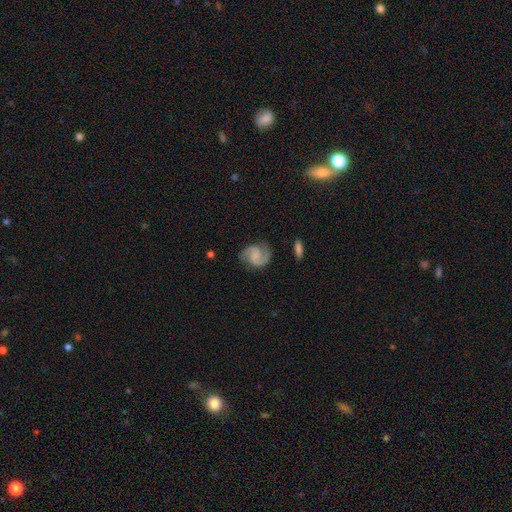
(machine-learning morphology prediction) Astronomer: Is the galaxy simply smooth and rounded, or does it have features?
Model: featured or disk — 84%.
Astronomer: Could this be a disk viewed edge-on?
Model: no — 98%.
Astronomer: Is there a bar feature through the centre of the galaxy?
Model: no — 51% (runner-up: weak, 39%).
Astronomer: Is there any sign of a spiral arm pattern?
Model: yes — 97%.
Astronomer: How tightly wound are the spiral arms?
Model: medium — 54%.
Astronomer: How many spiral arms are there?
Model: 2 — 92%.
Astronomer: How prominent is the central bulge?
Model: none — 65%.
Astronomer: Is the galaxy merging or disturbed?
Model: none — 79%.